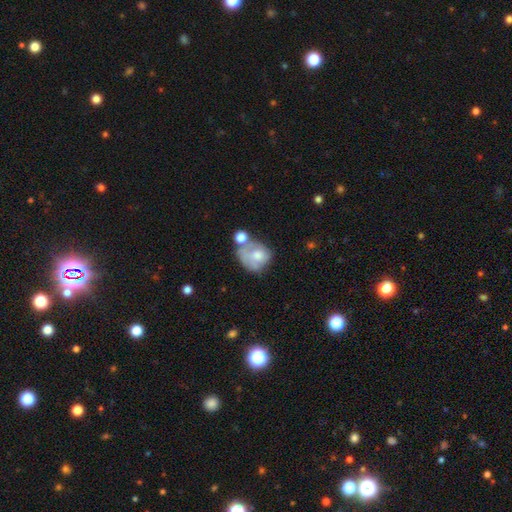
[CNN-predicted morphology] This is possibly a smooth galaxy (60%). How rounded: possibly round (55%). Merging: marginally merger (29%).